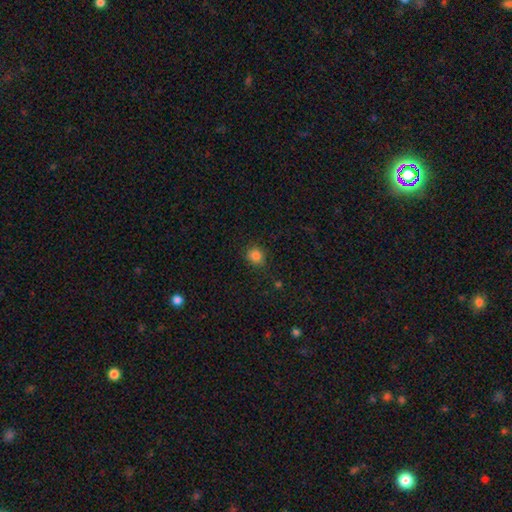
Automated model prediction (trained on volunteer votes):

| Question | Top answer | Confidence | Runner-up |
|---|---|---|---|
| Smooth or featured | smooth | 82% | star or artifact (13%) |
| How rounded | round | 74% | in between (25%) |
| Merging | none | 84% | minor disturbance (11%) |